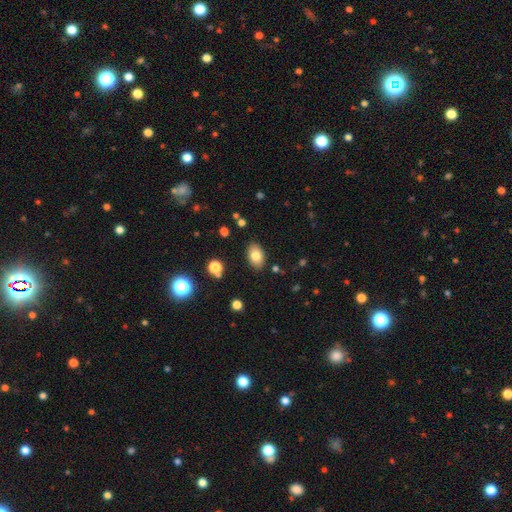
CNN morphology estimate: This is likely a smooth galaxy (80%). How rounded: clearly in between (89%). Merging: clearly none (86%).